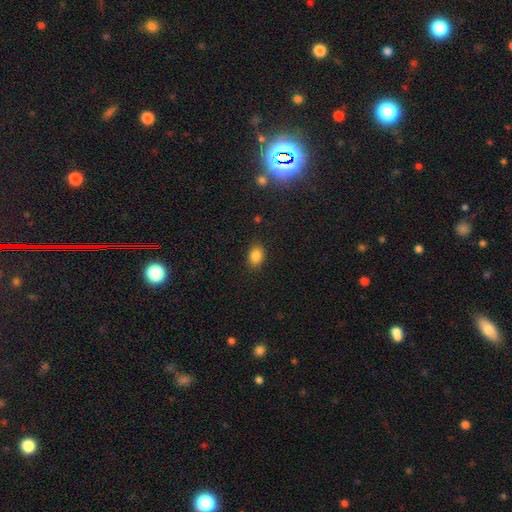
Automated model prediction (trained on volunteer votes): Q: Smooth or featured?
A: smooth (85%); runner-up: star or artifact (10%)
Q: How rounded?
A: in between (76%); runner-up: round (23%)
Q: Merging?
A: none (87%); runner-up: minor disturbance (9%)